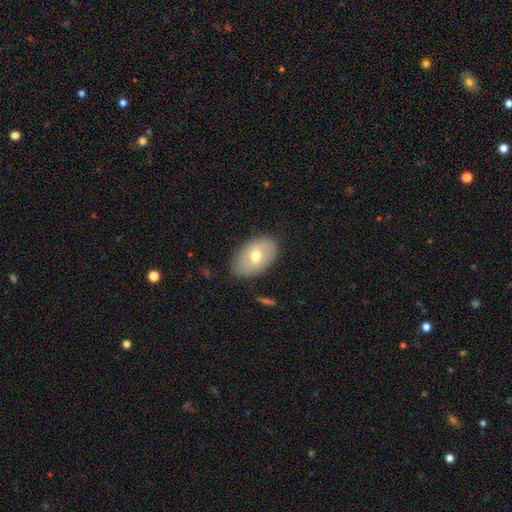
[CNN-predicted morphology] A smooth galaxy with no disk features (63%) that is in between round and cigar-shaped (90%).

Vote fractions:
- Smooth or featured? smooth: 63% / featured or disk: 30% / star or artifact: 7%
- How rounded? in between: 90% / round: 8% / cigar-shaped: 1%
- Merging? none: 81% / minor disturbance: 15% / major disturbance: 3% / merger: 1%